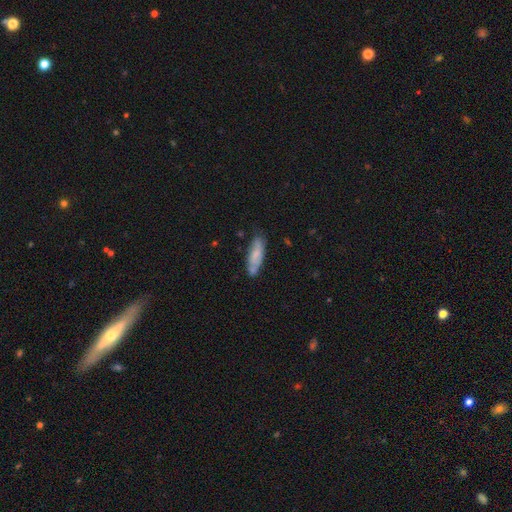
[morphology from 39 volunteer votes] A smooth galaxy with no disk features (56%) that is in between round and cigar-shaped (50%, tied with cigar-shaped).

Vote fractions:
- Smooth or featured? smooth: 56% / featured or disk: 38% / star or artifact: 5%
- How rounded? in between: 50% (tied) / cigar-shaped: 50% (tied) / round: 0%
- Merging? none: 62% / minor disturbance: 32% / major disturbance: 3% / merger: 3%